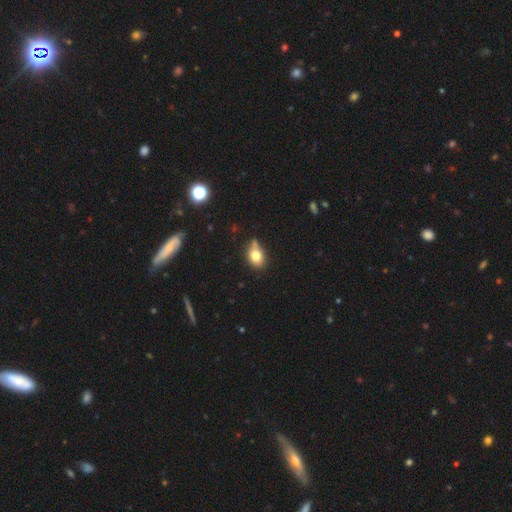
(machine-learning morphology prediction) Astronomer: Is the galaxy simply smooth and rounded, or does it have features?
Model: smooth — 78%.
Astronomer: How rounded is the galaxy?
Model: in between — 69%.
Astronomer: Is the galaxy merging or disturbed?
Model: none — 60%.